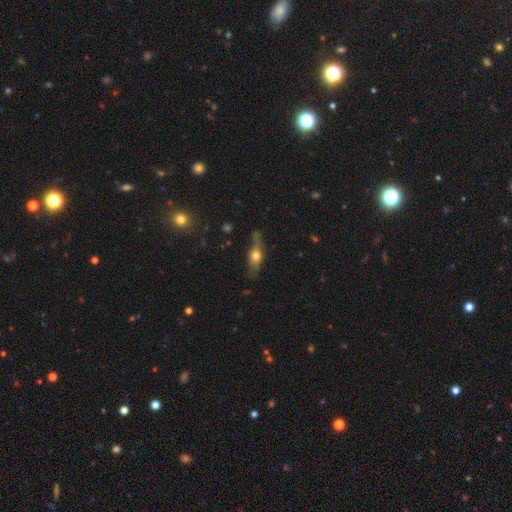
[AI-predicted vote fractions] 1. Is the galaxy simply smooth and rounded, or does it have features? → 47% featured or disk, 45% smooth, 8% star or artifact.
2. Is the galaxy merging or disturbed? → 69% none, 22% minor disturbance, 7% major disturbance, 3% merger.